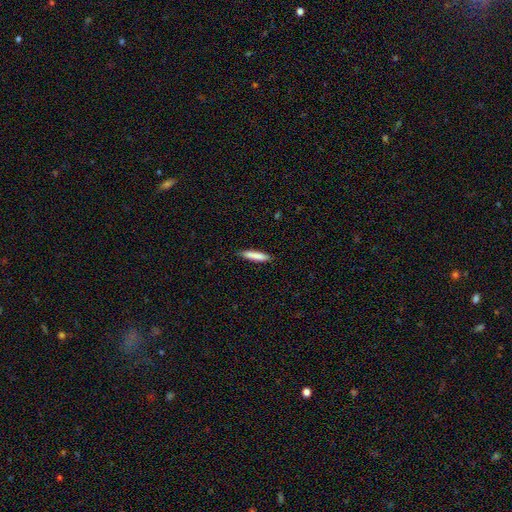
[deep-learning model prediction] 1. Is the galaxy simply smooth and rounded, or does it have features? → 83% smooth, 11% featured or disk, 6% star or artifact.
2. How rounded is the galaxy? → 86% cigar-shaped, 12% in between, 1% round.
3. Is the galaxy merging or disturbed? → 86% none, 11% minor disturbance, 2% major disturbance, 1% merger.